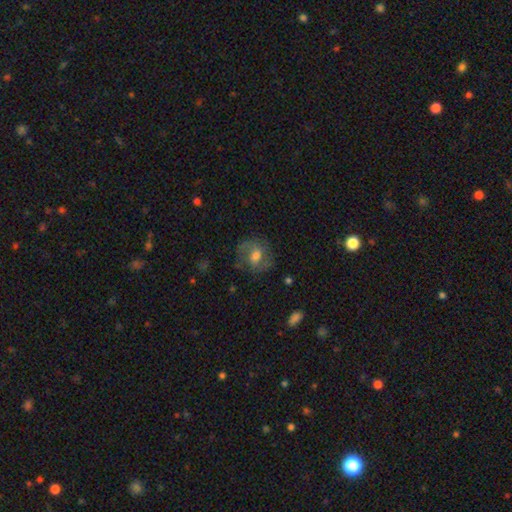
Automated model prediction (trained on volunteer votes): The model was most divided on "bar": weak: 46%, no: 39%, strong: 15%. More confident: edge-on disk — no (96%); spiral arms — yes (79%); merging — none (71%); bulge size — moderate (59%); smooth or featured — featured or disk (54%).